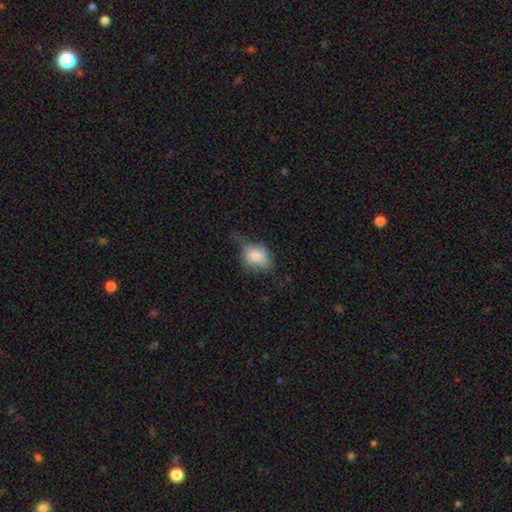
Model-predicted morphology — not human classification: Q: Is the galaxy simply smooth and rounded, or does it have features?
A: smooth — 74%.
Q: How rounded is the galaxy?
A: in between — 65%.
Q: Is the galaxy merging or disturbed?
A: minor disturbance — 38%.